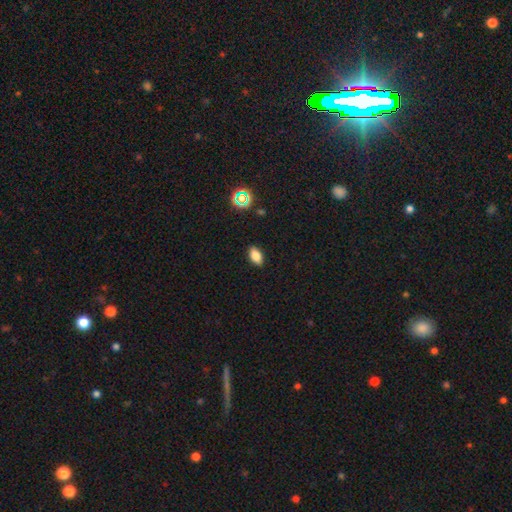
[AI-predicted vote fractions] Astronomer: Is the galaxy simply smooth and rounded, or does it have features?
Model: smooth — 80%.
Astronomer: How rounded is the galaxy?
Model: in between — 90%.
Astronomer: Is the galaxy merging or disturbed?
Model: none — 89%.